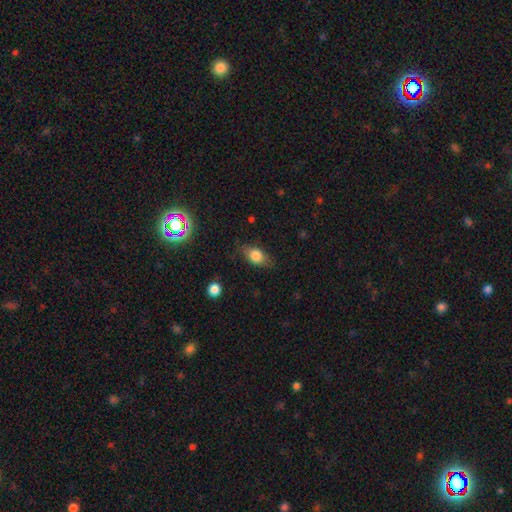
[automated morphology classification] Overall: smooth (76%). How rounded: in between (79%). Merging: none (76%).